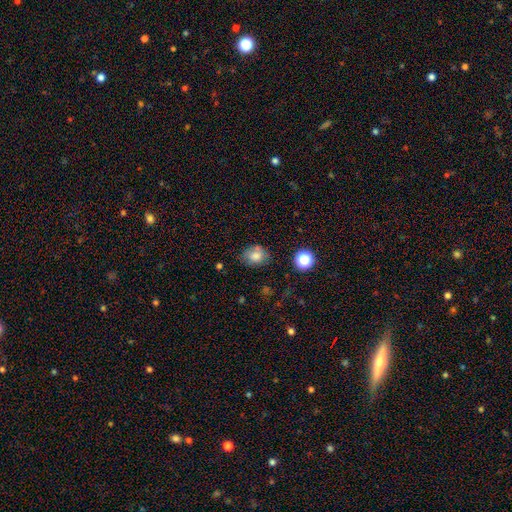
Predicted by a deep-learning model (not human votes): Smooth or featured? smooth (75%)
How rounded? round (50%)
Merging? none (64%)